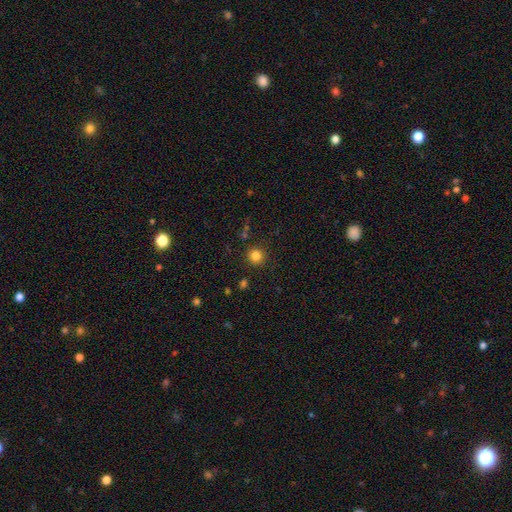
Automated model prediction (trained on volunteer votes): Smooth or featured? Predicted: smooth (p=0.83). How rounded? Predicted: round (p=0.94). Merging? Predicted: none (p=0.90).